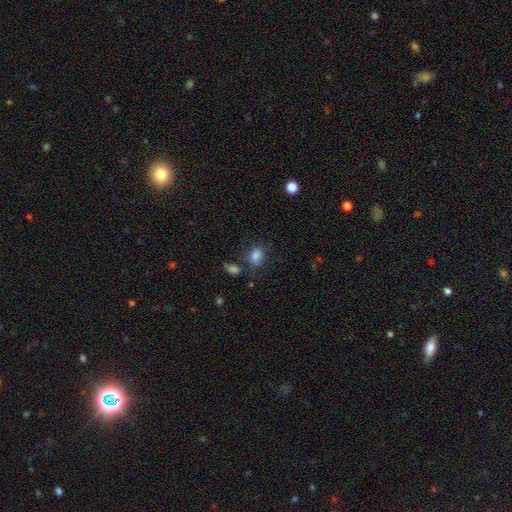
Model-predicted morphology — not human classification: This appears to be a smooth galaxy with no disk features (81%) that is in between round and cigar-shaped (75%). Merging: none (59%).